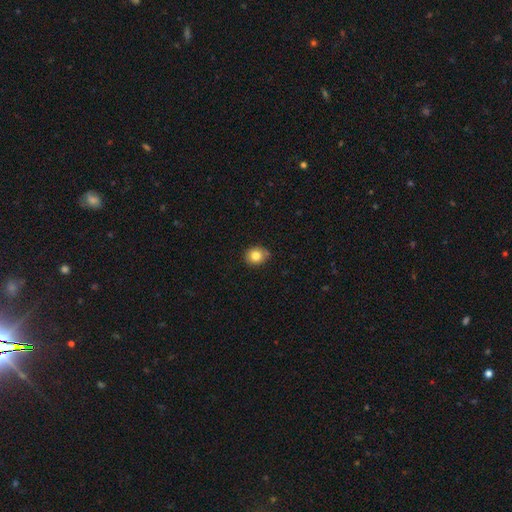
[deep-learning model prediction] Q: Smooth or featured?
A: smooth (81%); runner-up: star or artifact (10%)
Q: How rounded?
A: round (70%); runner-up: in between (29%)
Q: Merging?
A: none (78%); runner-up: minor disturbance (18%)